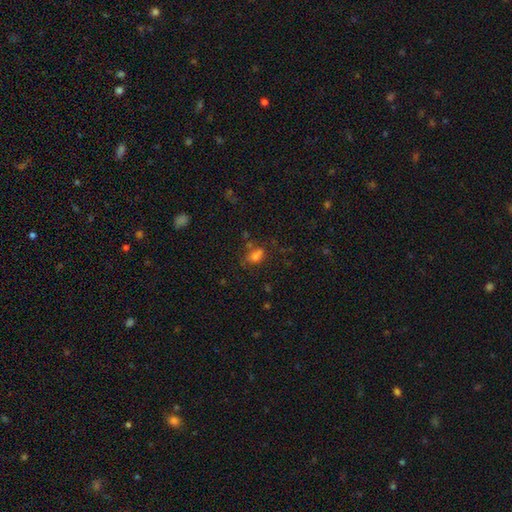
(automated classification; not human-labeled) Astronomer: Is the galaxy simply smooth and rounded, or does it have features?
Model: smooth — 67%.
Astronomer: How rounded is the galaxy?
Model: in between — 66%.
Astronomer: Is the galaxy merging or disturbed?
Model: none — 47%.